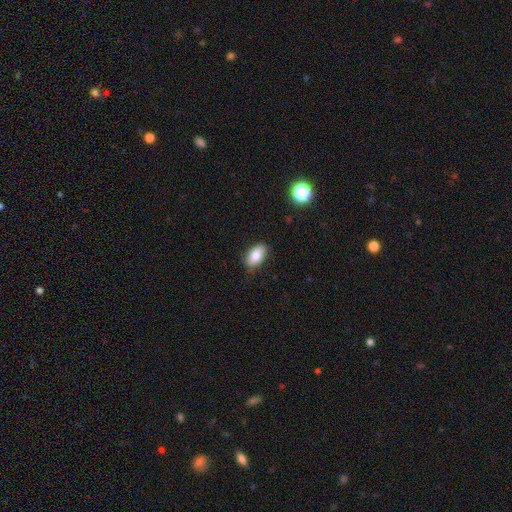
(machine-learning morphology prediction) smooth 81%, featured or disk 12%, star or artifact 8%. Down the decision tree: how rounded — in between (92%); merging — none (83%).